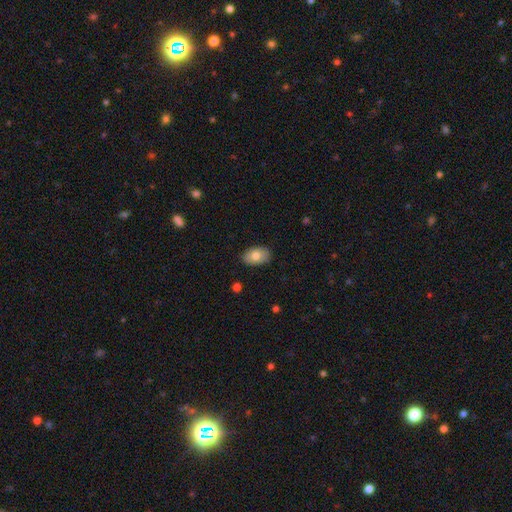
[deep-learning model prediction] Smooth or featured? Predicted: smooth (p=0.76). How rounded? Predicted: in between (p=0.91). Merging? Predicted: none (p=0.86).